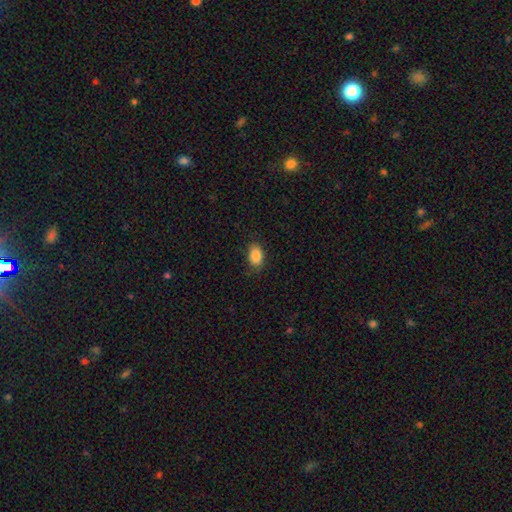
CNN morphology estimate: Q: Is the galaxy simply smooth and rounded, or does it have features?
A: smooth — 88%.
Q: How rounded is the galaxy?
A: in between — 87%.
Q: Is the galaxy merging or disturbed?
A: none — 79%.